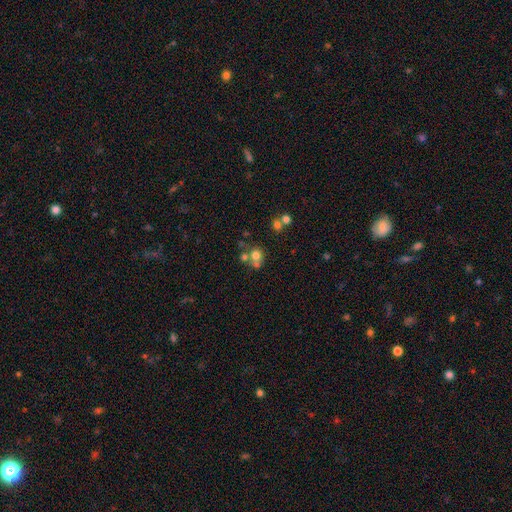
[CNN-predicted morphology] smooth-or-featured: smooth: 66% | featured or disk: 18% | star or artifact: 16%
  how-rounded: round: 80% | in between: 19% | cigar-shaped: 1%
  merging: none: 46% | merger: 40% | minor disturbance: 9% | major disturbance: 5%